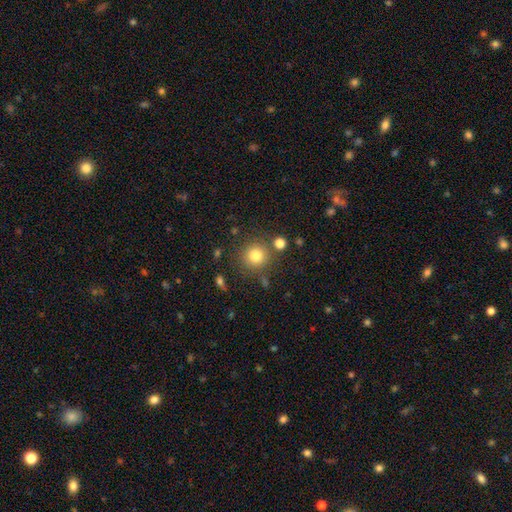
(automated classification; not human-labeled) This appears to be a smooth galaxy with no disk features (80%) that is round (93%). Merging: none (83%).